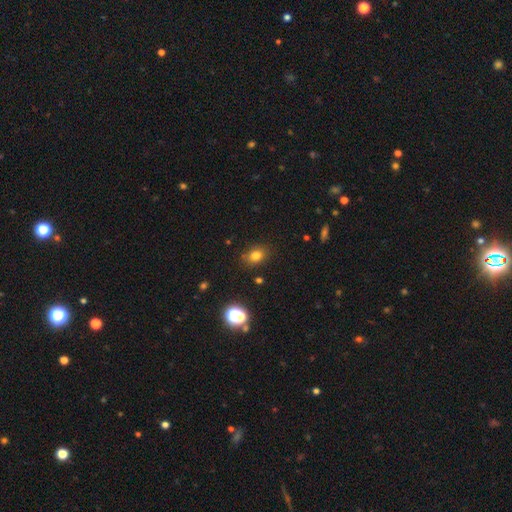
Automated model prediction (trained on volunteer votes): Q: Smooth or featured?
A: smooth (78%); runner-up: star or artifact (15%)
Q: How rounded?
A: in between (59%); runner-up: round (40%)
Q: Merging?
A: none (83%); runner-up: minor disturbance (12%)